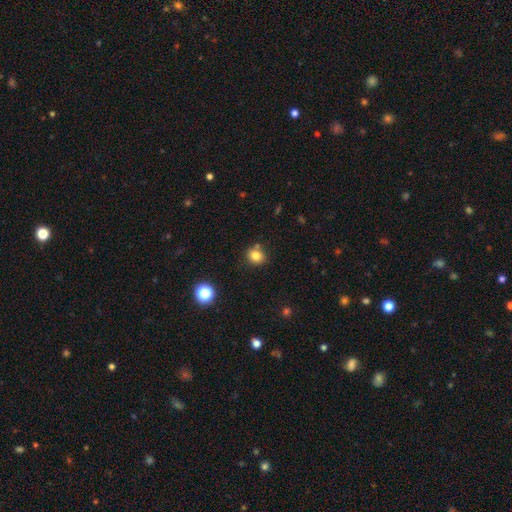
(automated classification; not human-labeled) Smooth or featured? Predicted: smooth (p=0.81). How rounded? Predicted: round (p=0.71). Merging? Predicted: none (p=0.76).